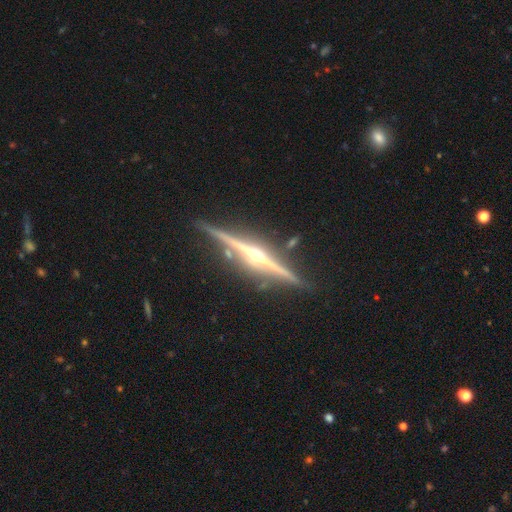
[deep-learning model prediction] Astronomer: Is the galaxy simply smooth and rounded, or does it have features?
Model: featured or disk — 89%.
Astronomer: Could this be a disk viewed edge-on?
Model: yes — 98%.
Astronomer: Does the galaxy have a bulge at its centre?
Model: rounded — 94%.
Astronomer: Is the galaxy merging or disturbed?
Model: none — 87%.